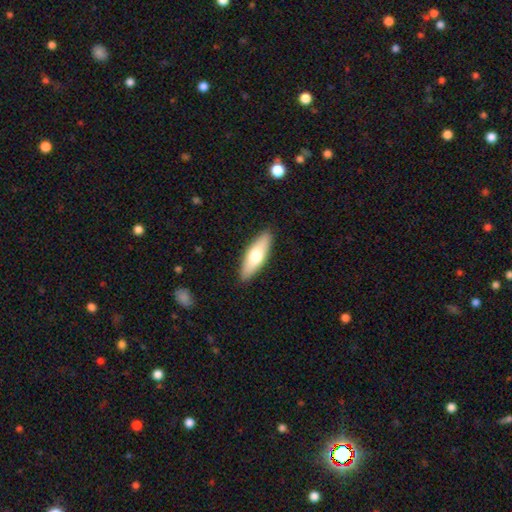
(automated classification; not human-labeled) Smooth or featured? Predicted: smooth (p=0.65). How rounded? Predicted: in between (p=0.53). Merging? Predicted: none (p=0.89).